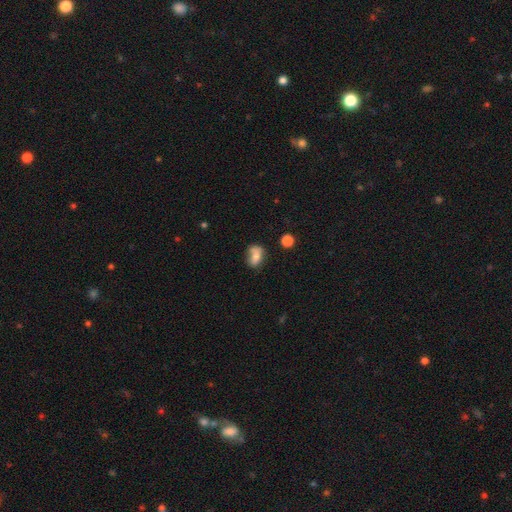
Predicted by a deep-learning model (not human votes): This appears to be a smooth galaxy with no disk features (68%) that is in between round and cigar-shaped (73%). Merging: none (40%).